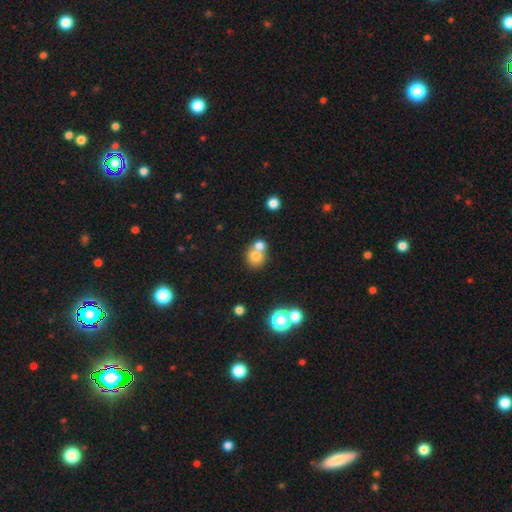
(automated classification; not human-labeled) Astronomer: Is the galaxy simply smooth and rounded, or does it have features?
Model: smooth — 72%.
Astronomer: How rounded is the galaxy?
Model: round — 81%.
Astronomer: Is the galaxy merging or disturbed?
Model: merger — 50% (runner-up: none, 41%).